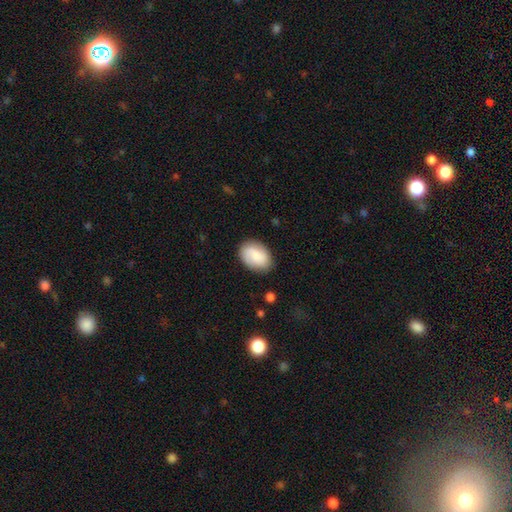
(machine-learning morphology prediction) A smooth galaxy with no disk features (71%) that is in between round and cigar-shaped (77%). Merging: none (81%).